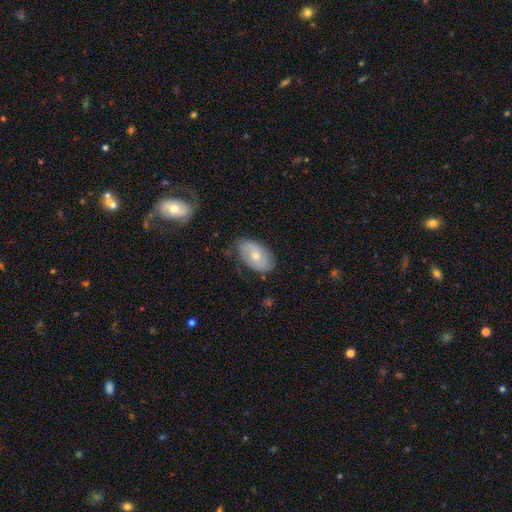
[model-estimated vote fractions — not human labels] smooth 49%, featured or disk 45%, star or artifact 6%. Down the decision tree: merging — none (73%).